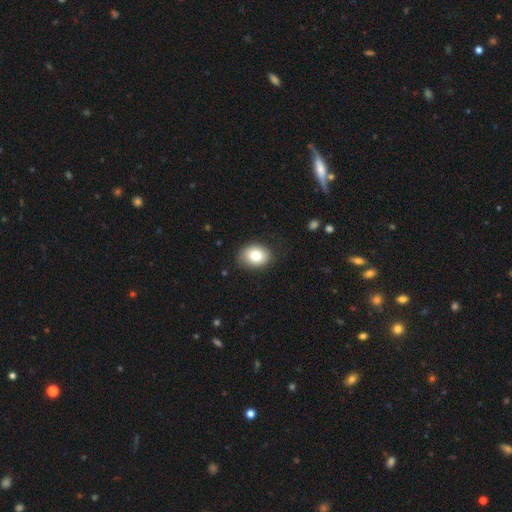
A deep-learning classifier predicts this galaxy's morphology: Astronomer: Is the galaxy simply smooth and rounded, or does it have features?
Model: smooth — 80%.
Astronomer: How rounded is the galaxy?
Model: in between — 60% (runner-up: round, 40%).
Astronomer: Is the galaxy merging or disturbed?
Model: none — 80%.